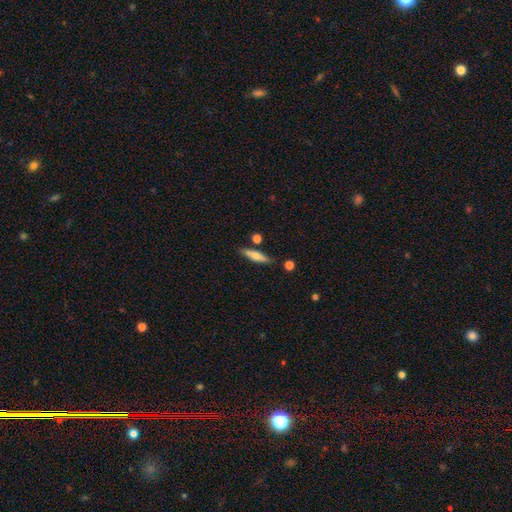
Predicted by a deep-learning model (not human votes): smooth-or-featured: smooth: 63% | featured or disk: 31% | star or artifact: 6%
  how-rounded: cigar-shaped: 74% | in between: 24% | round: 2%
  merging: none: 80% | minor disturbance: 12% | merger: 6% | major disturbance: 3%